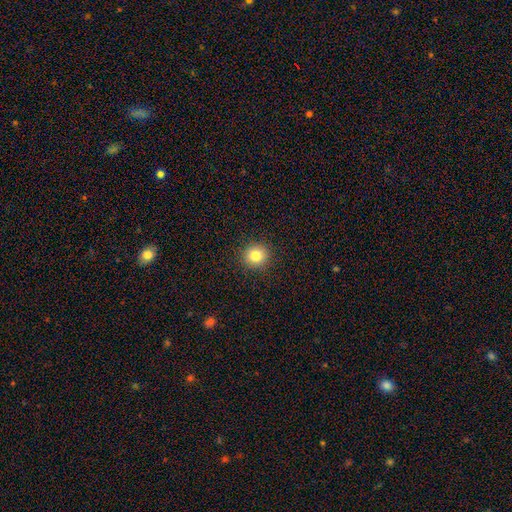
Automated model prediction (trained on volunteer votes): smooth-or-featured: smooth: 83% | star or artifact: 11% | featured or disk: 6%
  how-rounded: round: 91% | in between: 8% | cigar-shaped: 1%
  merging: none: 92% | minor disturbance: 5% | major disturbance: 2% | merger: 1%